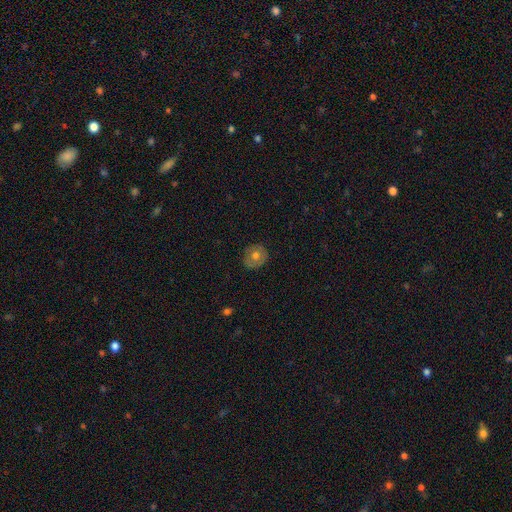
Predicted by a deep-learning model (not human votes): Smooth or featured?
  - smooth: 58% *
  - featured or disk: 34%
  - star or artifact: 8%
How rounded?
  - round: 84% *
  - in between: 15%
  - cigar-shaped: 1%
Merging?
  - none: 84% *
  - minor disturbance: 12%
  - major disturbance: 3%
  - merger: 1%